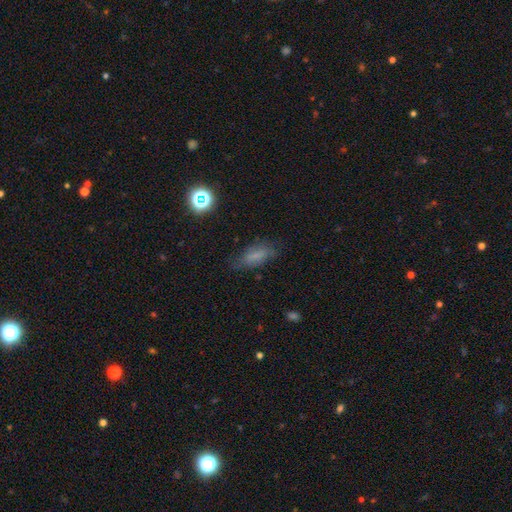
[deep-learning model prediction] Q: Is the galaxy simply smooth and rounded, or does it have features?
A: smooth — 65%.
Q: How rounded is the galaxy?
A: in between — 76%.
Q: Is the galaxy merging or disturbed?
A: none — 65%.